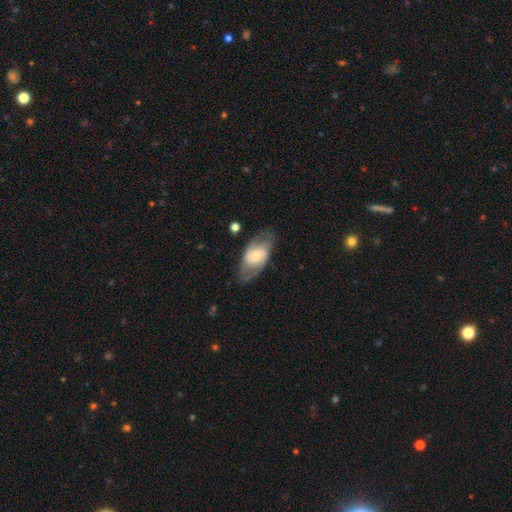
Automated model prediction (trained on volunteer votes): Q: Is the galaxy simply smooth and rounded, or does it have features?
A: featured or disk — 59%.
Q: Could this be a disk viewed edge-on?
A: no — 91%.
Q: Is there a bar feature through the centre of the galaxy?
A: no — 51%.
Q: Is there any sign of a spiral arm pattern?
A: yes — 72%.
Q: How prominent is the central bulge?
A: small — 50%.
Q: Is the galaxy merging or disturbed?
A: none — 69%.